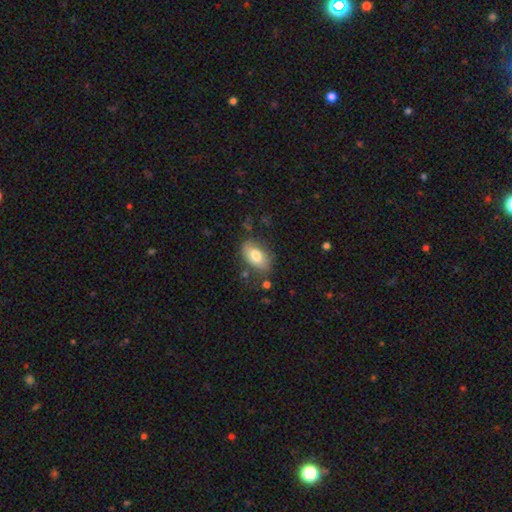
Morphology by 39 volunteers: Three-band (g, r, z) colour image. It shows a smooth galaxy with no disk features (77%) that is in between round and cigar-shaped (90%). Merging: none (62%).